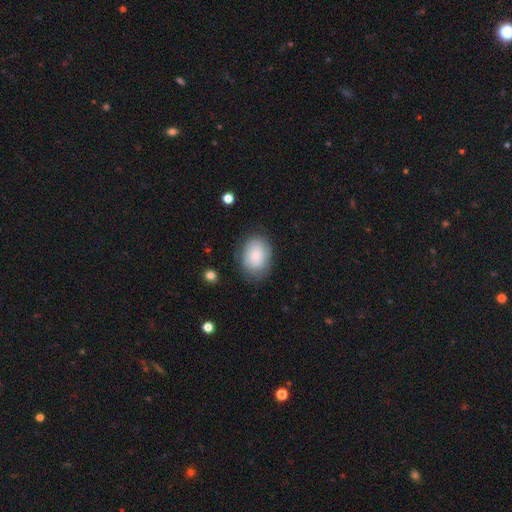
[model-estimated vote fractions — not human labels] smooth_or_featured: smooth (p=0.79) [alt: featured or disk p=0.14]
how_rounded: in between (p=0.74) [alt: round p=0.25]
merging: none (p=0.73) [alt: minor disturbance p=0.19]